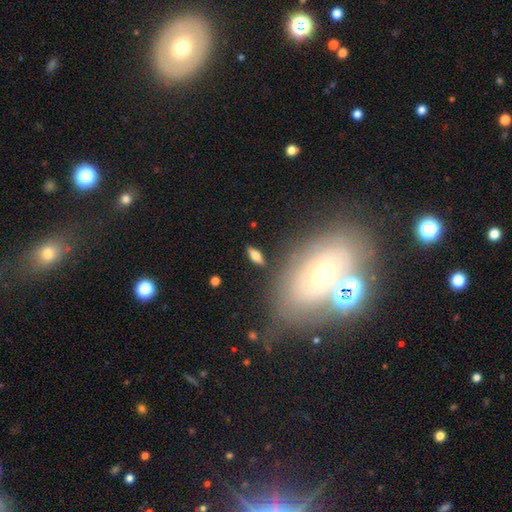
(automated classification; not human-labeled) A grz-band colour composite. It shows a smooth galaxy with no disk features (61%) that is in between round and cigar-shaped (72%). Merging: none (85%).